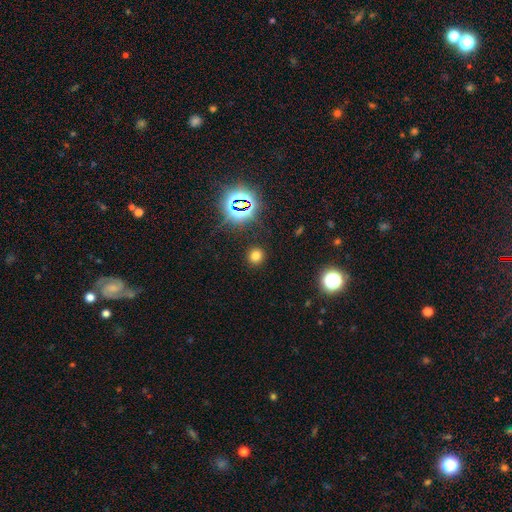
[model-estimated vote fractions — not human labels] This appears to be a smooth galaxy with no disk features (71%) that is round (89%). Merging: none (90%).